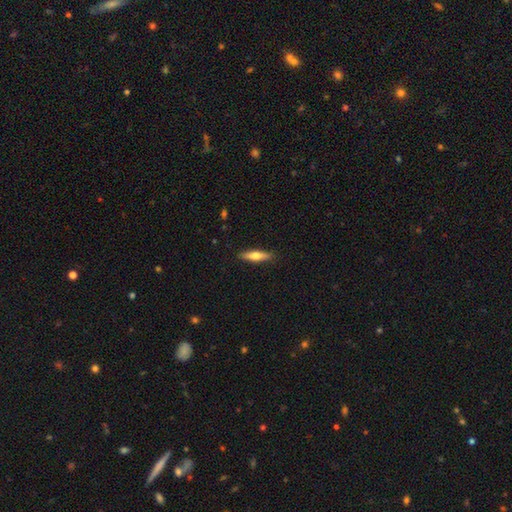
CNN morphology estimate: Q: Smooth or featured?
A: smooth (58%); runner-up: featured or disk (36%)
Q: How rounded?
A: cigar-shaped (75%); runner-up: in between (23%)
Q: Merging?
A: none (89%); runner-up: minor disturbance (8%)